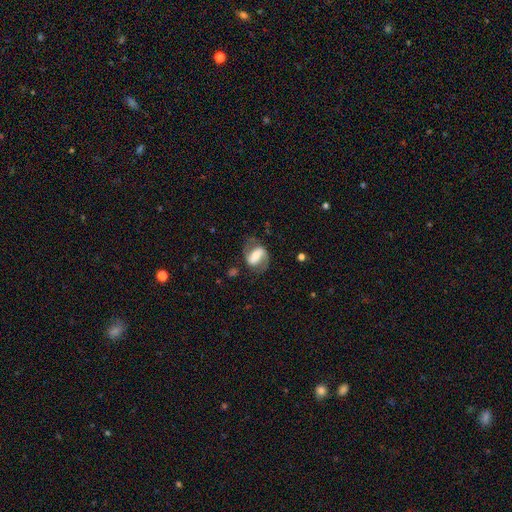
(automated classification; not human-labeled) Morphology: type=featured or disk (72%); edge-on=no (96%); bar=strong (52%); spiral arms=yes (86%); winding=medium (48%); arm count=2 (87%); bulge=moderate (44%); merging=none (68%).